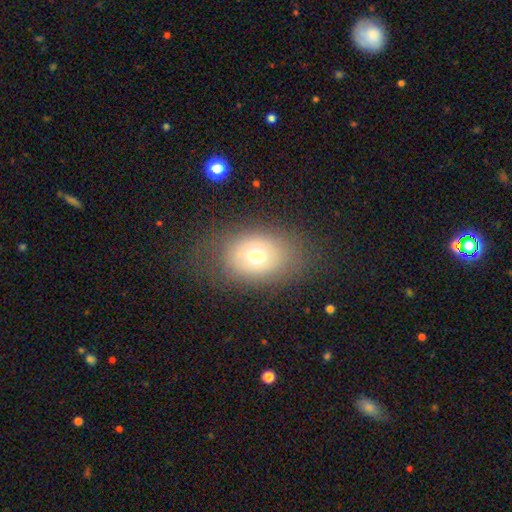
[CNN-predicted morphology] Smooth or featured?
  - smooth: 53% *
  - featured or disk: 36%
  - star or artifact: 11%
How rounded?
  - in between: 74% *
  - round: 25%
  - cigar-shaped: 1%
Merging?
  - none: 73% *
  - minor disturbance: 16%
  - major disturbance: 9%
  - merger: 1%